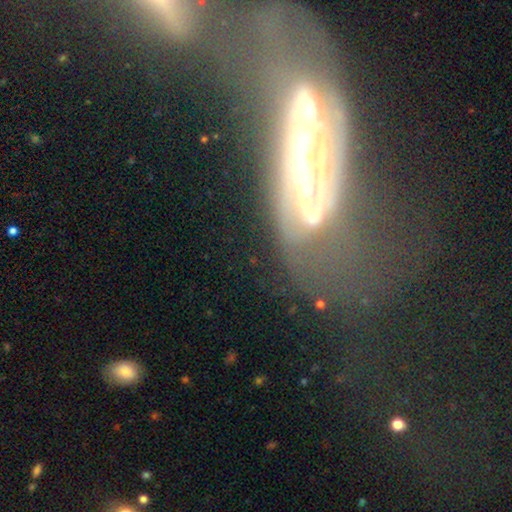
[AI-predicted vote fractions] A featured or disk galaxy (72%).

Vote fractions:
- Smooth or featured? featured or disk: 72% / smooth: 16% / star or artifact: 12%
- Edge-on disk? no: 68% / yes: 32%
- Merging? none: 36% / major disturbance: 35% / minor disturbance: 18% / merger: 11%